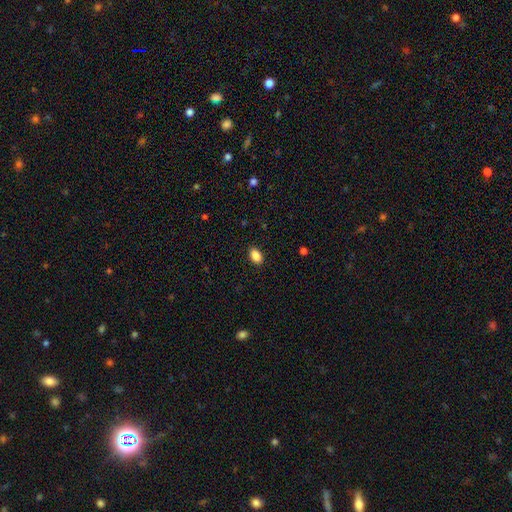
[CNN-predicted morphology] Smooth or featured? Predicted: smooth (p=0.88). How rounded? Predicted: in between (p=0.89). Merging? Predicted: none (p=0.89).